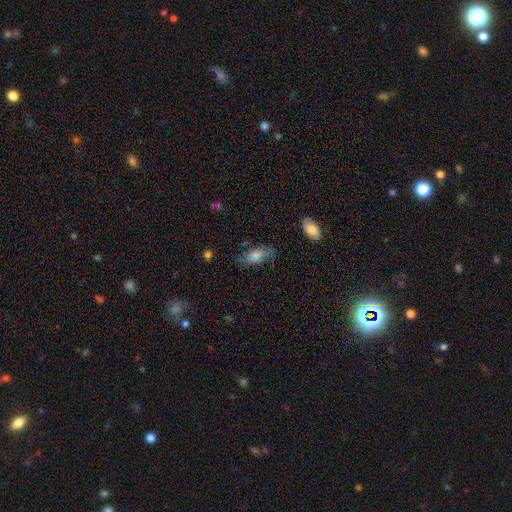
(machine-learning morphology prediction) Overall: smooth (58%; featured or disk 28%). How rounded: in between (88%). Merging: none (65%).